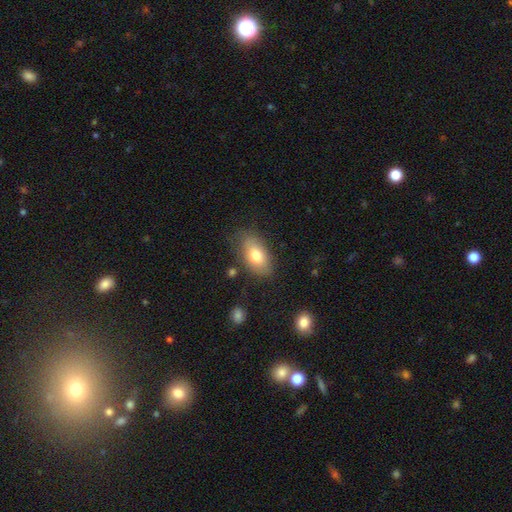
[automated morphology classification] A smooth galaxy with no disk features (76%) that is in between round and cigar-shaped (91%). Merging: none (75%).